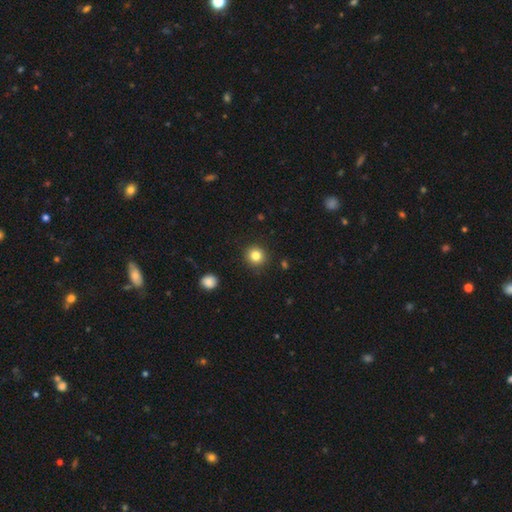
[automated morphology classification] smooth_or_featured: smooth (p=0.83) [alt: star or artifact p=0.11]
how_rounded: round (p=0.92) [alt: in between p=0.07]
merging: none (p=0.91) [alt: minor disturbance p=0.06]